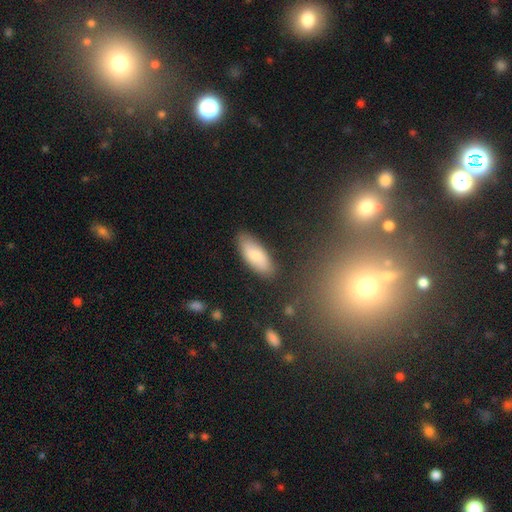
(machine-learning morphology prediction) A smooth galaxy with no disk features (77%) that is in between round and cigar-shaped (79%). Merging: none (83%).